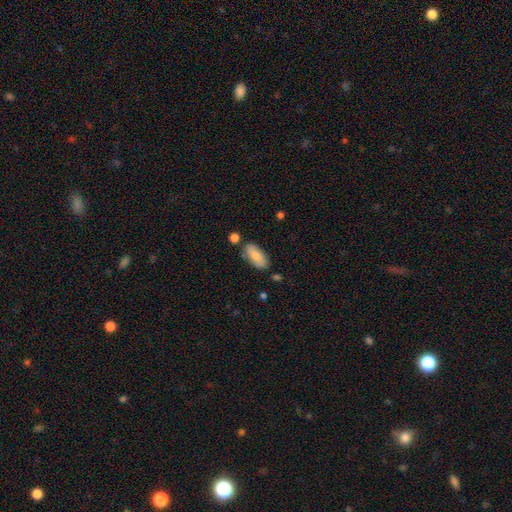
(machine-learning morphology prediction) This appears to be a smooth galaxy with no disk features (78%) that is in between round and cigar-shaped (87%). Merging: none (75%).